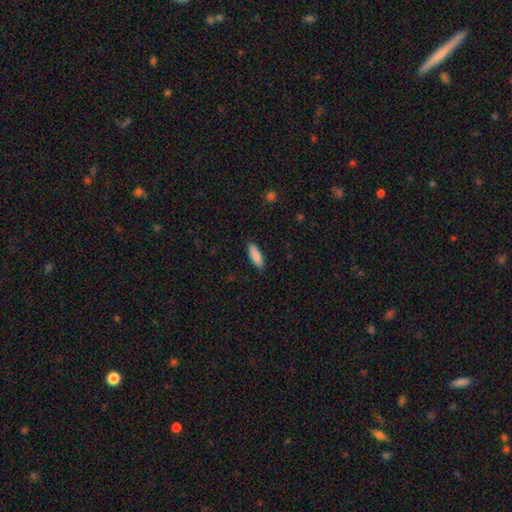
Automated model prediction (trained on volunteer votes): Q: Smooth or featured?
A: smooth (87%); runner-up: featured or disk (7%)
Q: How rounded?
A: in between (53%); runner-up: cigar-shaped (46%)
Q: Merging?
A: none (88%); runner-up: minor disturbance (9%)